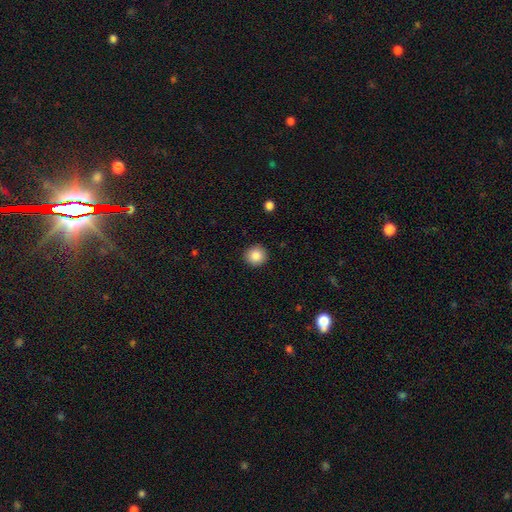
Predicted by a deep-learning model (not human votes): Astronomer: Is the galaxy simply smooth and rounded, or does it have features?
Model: smooth — 86%.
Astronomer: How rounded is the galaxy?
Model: round — 93%.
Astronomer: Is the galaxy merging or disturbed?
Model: none — 92%.